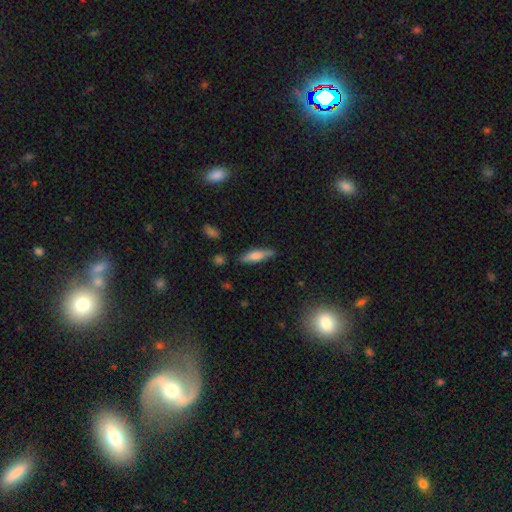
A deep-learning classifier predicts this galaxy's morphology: A smooth galaxy with no disk features (68%) that is cigar-shaped (67%). Merging: none (80%).